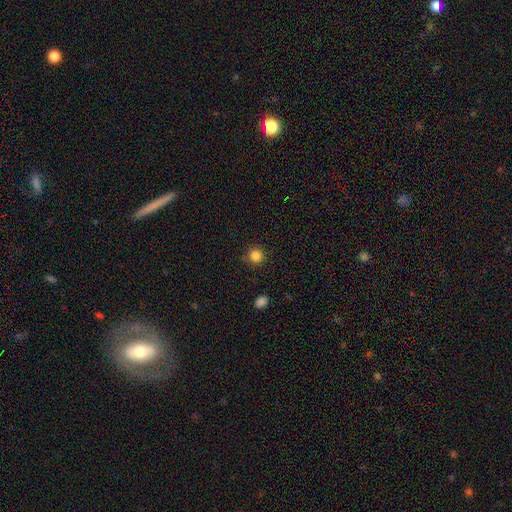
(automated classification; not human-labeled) Smooth or featured? smooth (84%)
How rounded? round (94%)
Merging? none (89%)